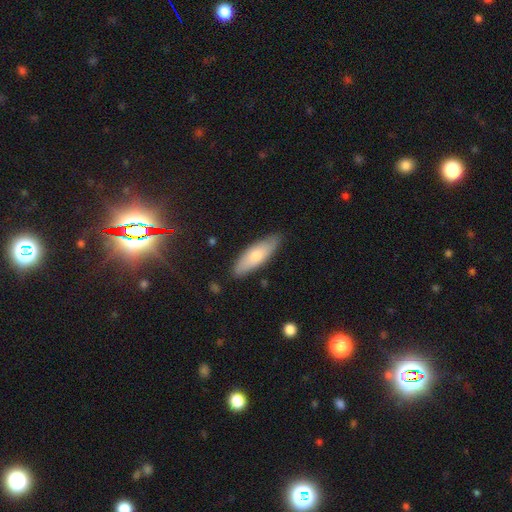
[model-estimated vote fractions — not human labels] This appears to be a smooth galaxy with no disk features (71%) that is in between round and cigar-shaped (56%). Merging: none (84%).